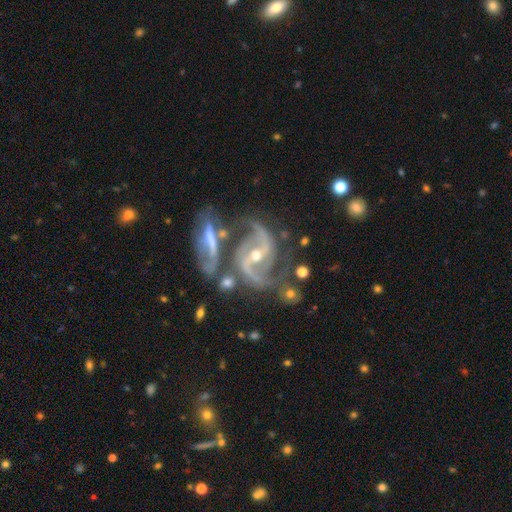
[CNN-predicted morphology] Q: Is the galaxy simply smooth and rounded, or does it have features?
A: featured or disk — 91%.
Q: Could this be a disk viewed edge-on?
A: no — 97%.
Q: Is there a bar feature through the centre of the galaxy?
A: strong — 47%.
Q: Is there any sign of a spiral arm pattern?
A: yes — 98%.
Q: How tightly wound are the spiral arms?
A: medium — 55%.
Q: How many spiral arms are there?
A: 2 — 86%.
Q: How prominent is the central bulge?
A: moderate — 56%.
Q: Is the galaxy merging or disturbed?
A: none — 44%.